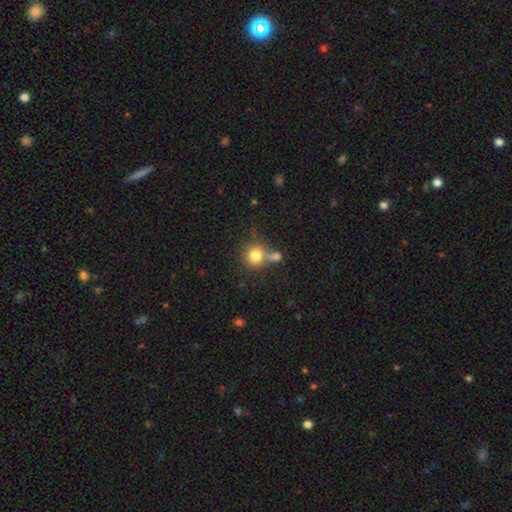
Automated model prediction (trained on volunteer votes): A smooth galaxy with no disk features (79%) that is round (88%). Merging: none (51%).